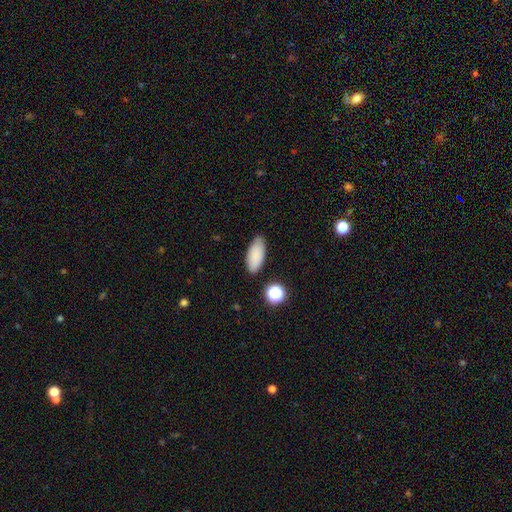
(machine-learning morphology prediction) Smooth or featured? smooth (85%)
How rounded? in between (87%)
Merging? none (82%)